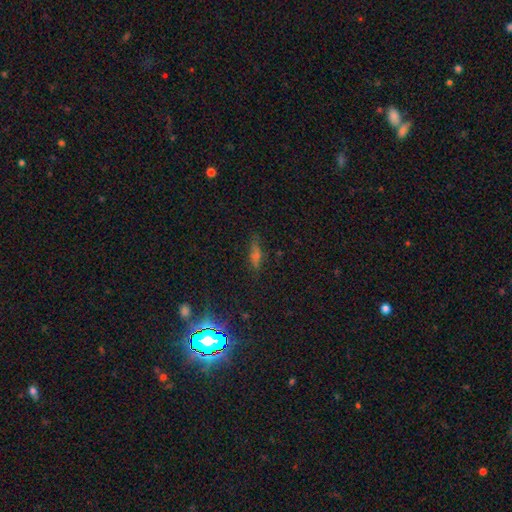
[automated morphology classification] Overall: smooth (41%; star or artifact 33%). Merging: none (75%).